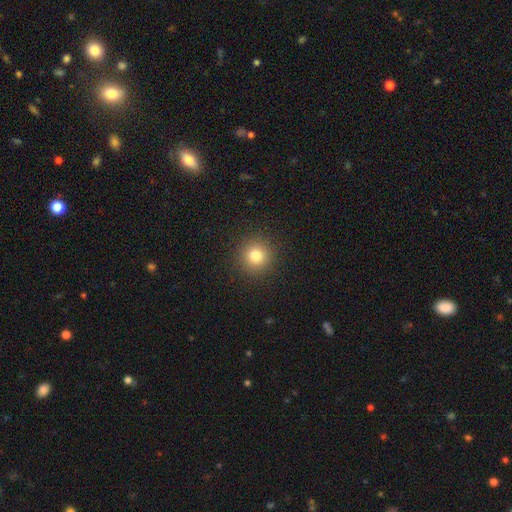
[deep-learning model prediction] A smooth galaxy with no disk features (80%) that is round (94%). Merging: none (91%).